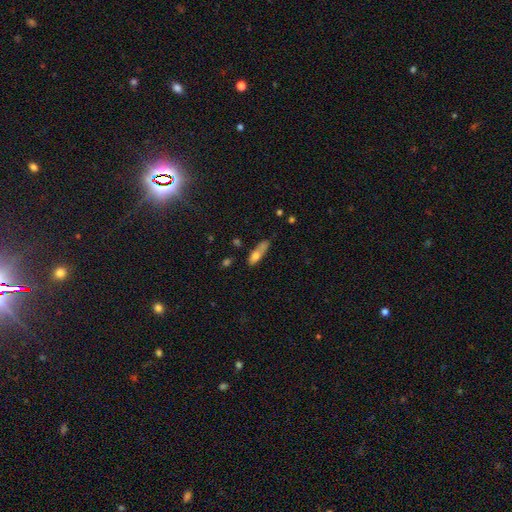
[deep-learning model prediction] The model was most divided on "how rounded": in between: 49%, cigar-shaped: 47%, round: 4%. Remaining: smooth or featured — smooth (70%); merging — none (40%).